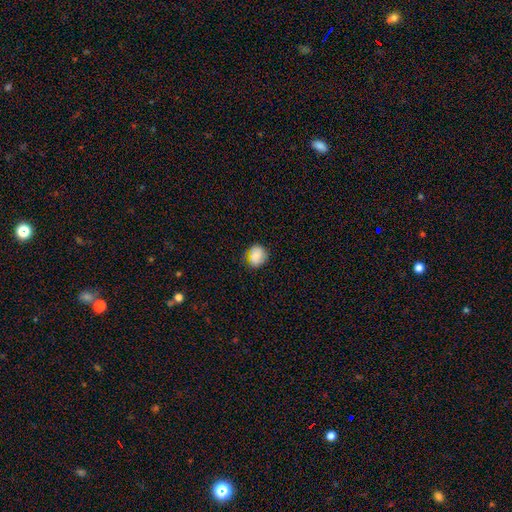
Smooth or featured?
  - smooth: 89% *
  - featured or disk: 8%
  - star or artifact: 3%
How rounded?
  - round: 88% *
  - in between: 12%
  - cigar-shaped: 0%
Merging?
  - none: 78% *
  - minor disturbance: 16%
  - major disturbance: 3%
  - merger: 3%